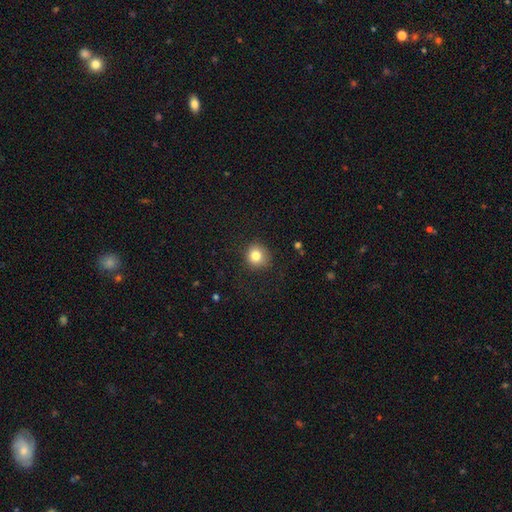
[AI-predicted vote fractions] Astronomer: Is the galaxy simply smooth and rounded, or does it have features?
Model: smooth — 82%.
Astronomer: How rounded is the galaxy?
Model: round — 89%.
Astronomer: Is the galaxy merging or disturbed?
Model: none — 86%.